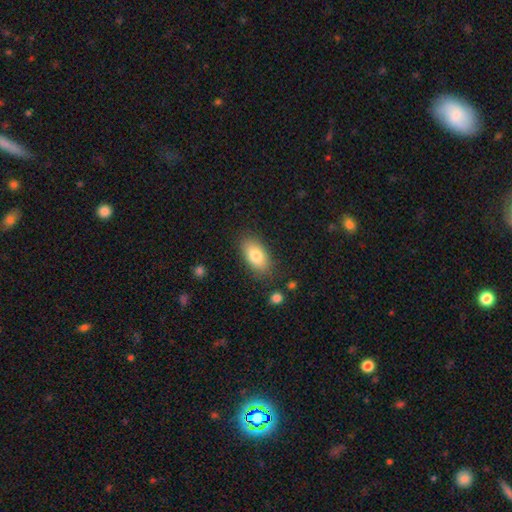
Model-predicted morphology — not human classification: The model was most divided on "smooth or featured": smooth: 80%, featured or disk: 13%, star or artifact: 7%. More confident: how rounded — in between (92%); merging — none (83%).